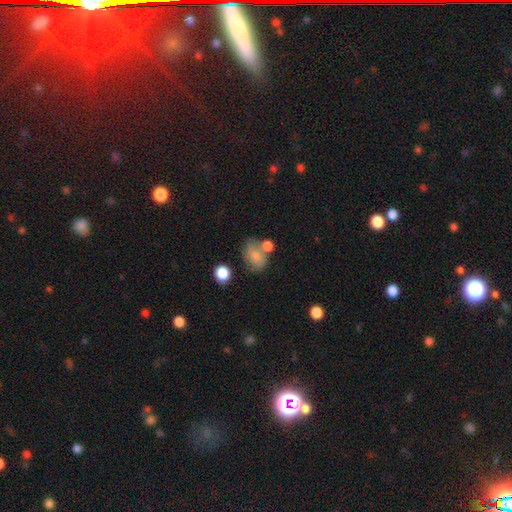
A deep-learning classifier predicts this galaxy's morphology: The model was most divided on "merging": none: 43%, merger: 26%, minor disturbance: 21%, major disturbance: 10%. More confident: smooth or featured — smooth (73%); how rounded — in between (66%).